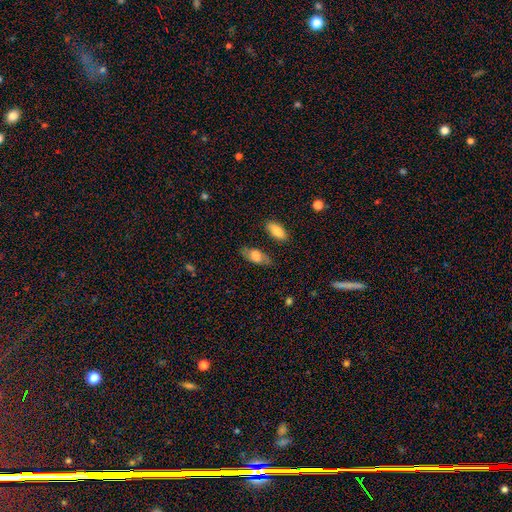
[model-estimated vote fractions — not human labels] Morphology: type=smooth (65%); roundness=in between (83%); merging=none (70%).